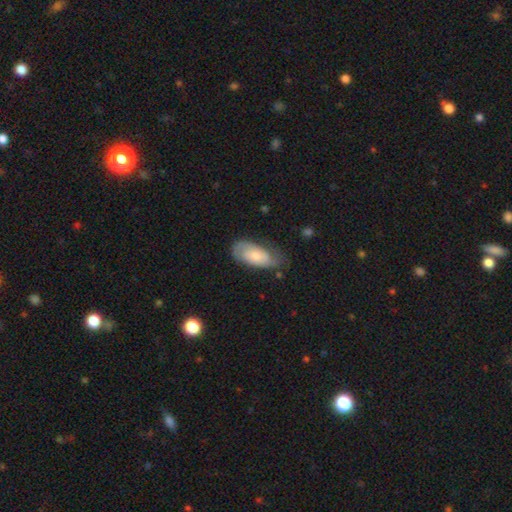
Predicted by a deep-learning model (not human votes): The model was most divided on "bulge size": small: 45%, moderate: 42%, large: 7%, none: 4%, dominant: 1%. More confident: edge-on disk — no (92%); spiral arms — yes (83%); bar — no (72%); merging — none (61%); smooth or featured — featured or disk (55%).